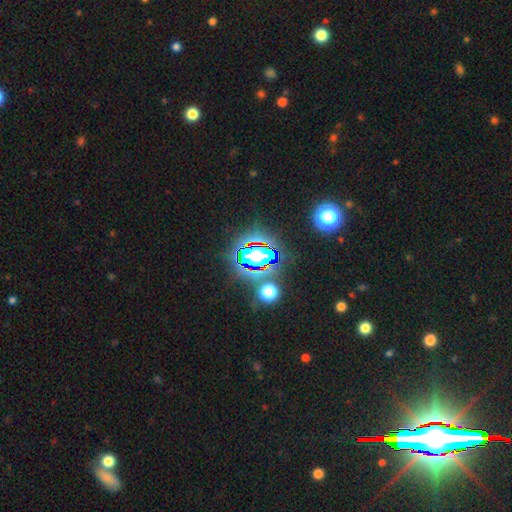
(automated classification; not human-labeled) A star or artifact, not a galaxy (69%).